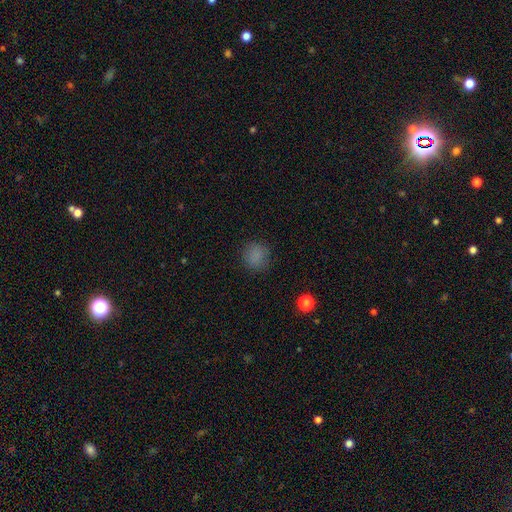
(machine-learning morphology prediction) Smooth or featured? Predicted: smooth (p=0.82). How rounded? Predicted: round (p=0.88). Merging? Predicted: none (p=0.84).